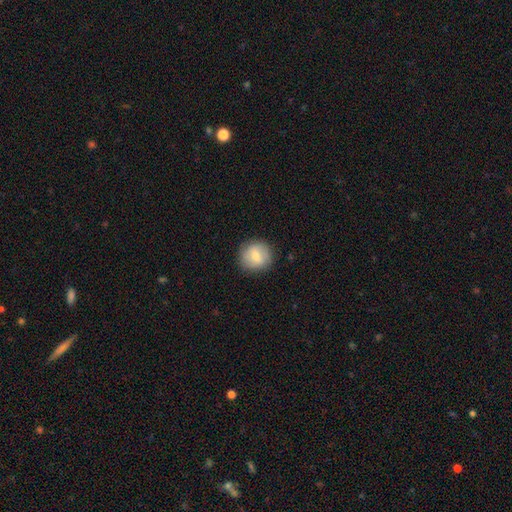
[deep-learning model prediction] A smooth galaxy with no disk features (68%) that is round (87%).

Vote fractions:
- Smooth or featured? smooth: 68% / featured or disk: 24% / star or artifact: 7%
- How rounded? round: 87% / in between: 11% / cigar-shaped: 1%
- Merging? none: 85% / minor disturbance: 11% / major disturbance: 3% / merger: 1%